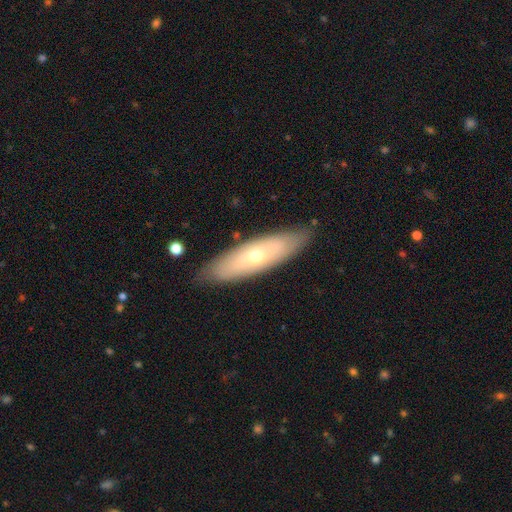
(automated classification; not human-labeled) The model was most divided on "smooth or featured" (2-way tie): smooth: 47%, featured or disk: 47%, star or artifact: 6%. More confident: merging — none (84%).